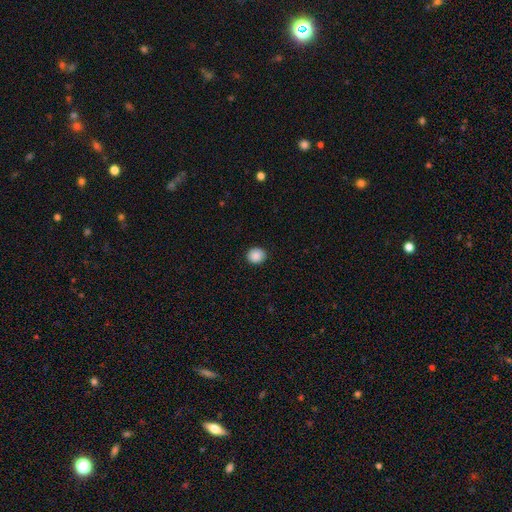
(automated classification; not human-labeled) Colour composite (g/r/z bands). It shows a smooth galaxy with no disk features (88%) that is round (83%). Merging: none (91%).